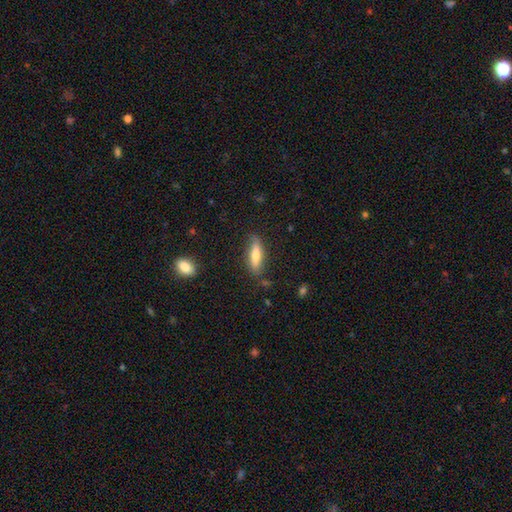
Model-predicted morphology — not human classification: Overall: smooth (64%; featured or disk 29%). How rounded: cigar-shaped (61%; in between 36%). Merging: none (79%).